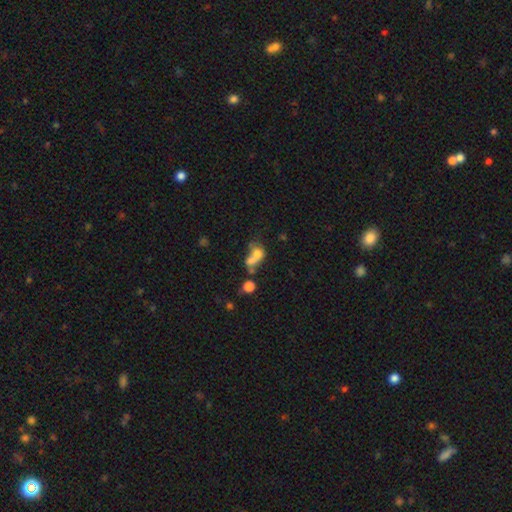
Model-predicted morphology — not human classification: Overall: smooth (63%; featured or disk 23%). How rounded: in between (53%; round 44%). Merging: merger (62%).